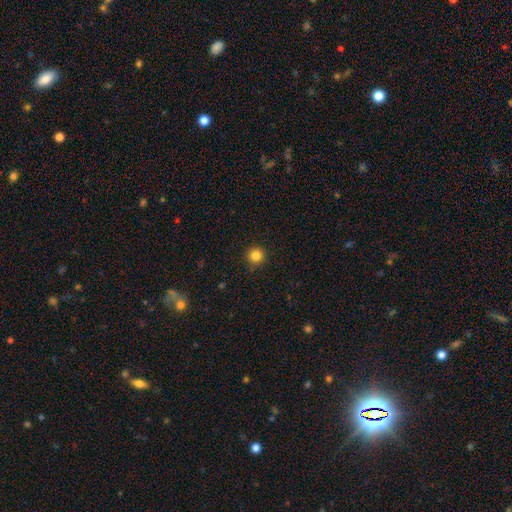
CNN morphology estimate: A smooth galaxy with no disk features (84%) that is round (95%).

Vote fractions:
- Smooth or featured? smooth: 84% / star or artifact: 12% / featured or disk: 4%
- How rounded? round: 95% / in between: 4% / cigar-shaped: 1%
- Merging? none: 91% / minor disturbance: 6% / major disturbance: 2% / merger: 1%